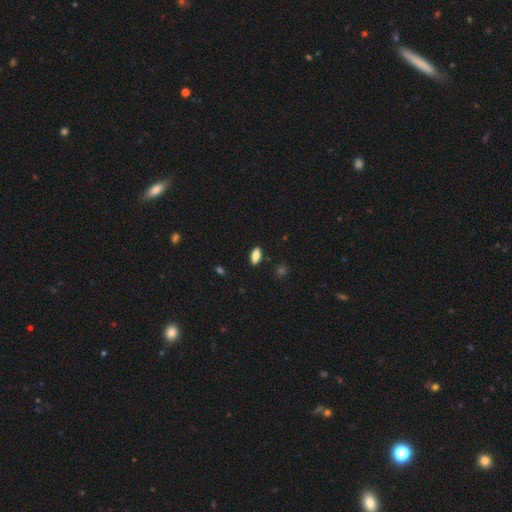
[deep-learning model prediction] smooth-or-featured: smooth: 83% | featured or disk: 9% | star or artifact: 8%
  how-rounded: in between: 83% | cigar-shaped: 14% | round: 3%
  merging: none: 88% | minor disturbance: 9% | major disturbance: 2% | merger: 1%